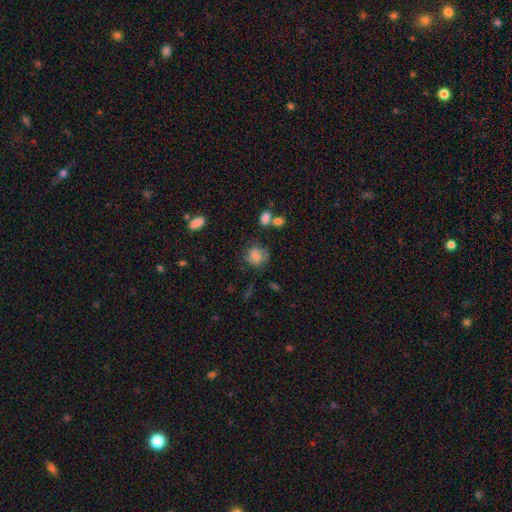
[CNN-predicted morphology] A smooth galaxy with no disk features (73%) that is round (70%). Merging: none (59%).